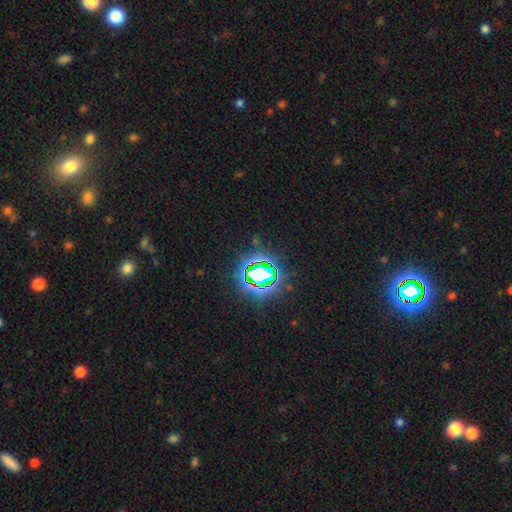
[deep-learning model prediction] A star or artifact, not a galaxy (81%).